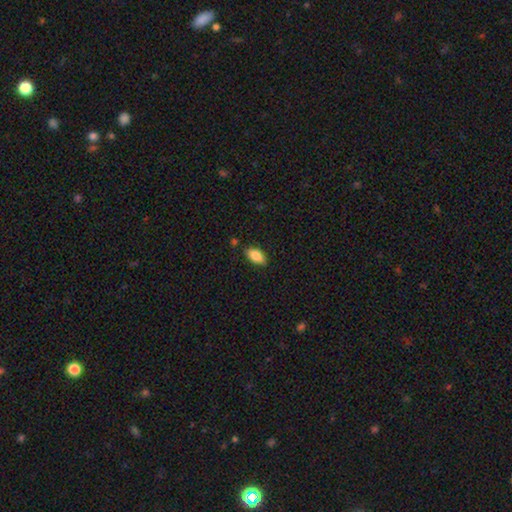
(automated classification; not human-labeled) Overall: smooth (86%). How rounded: in between (92%). Merging: none (83%).